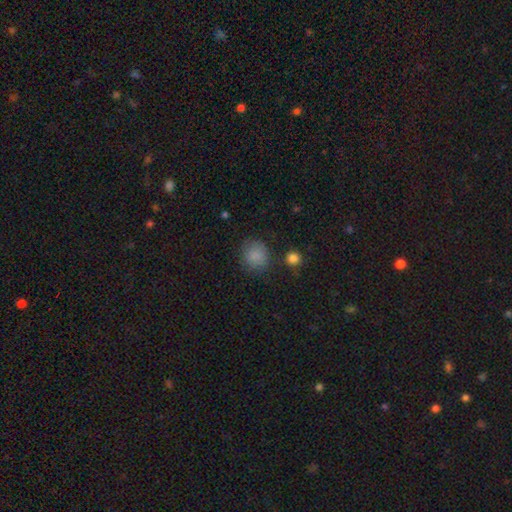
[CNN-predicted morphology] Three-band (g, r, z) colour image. It shows a smooth galaxy with no disk features (85%) that is round (86%). Merging: none (78%).